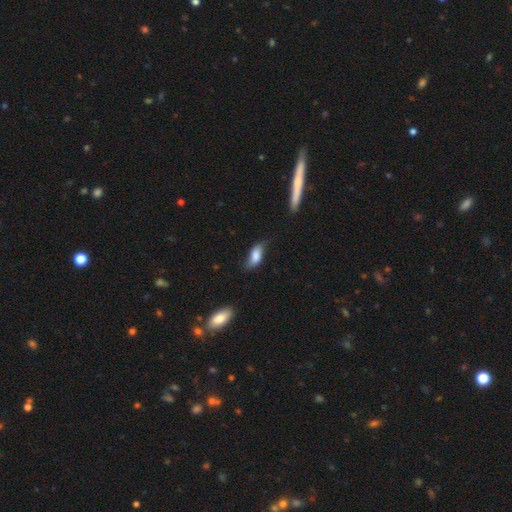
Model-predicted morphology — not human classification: This appears to be a smooth galaxy with no disk features (68%) that is in between round and cigar-shaped (83%). Merging: none (54%).